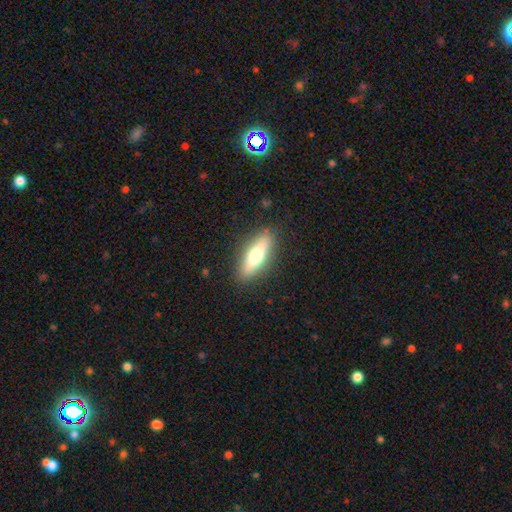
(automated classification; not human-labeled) This appears to be a smooth galaxy with no disk features (57%) that is cigar-shaped (51%). Merging: none (88%).